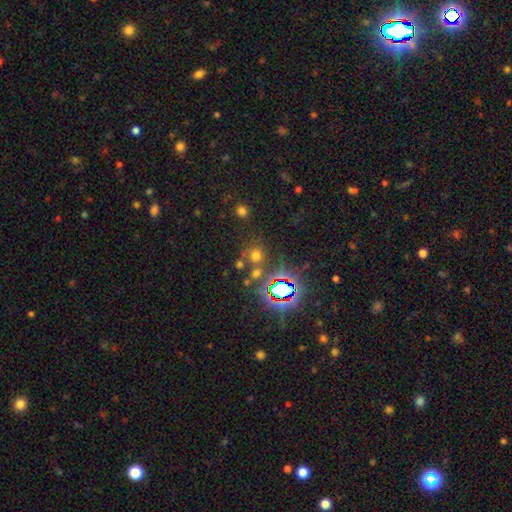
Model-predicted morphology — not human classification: Overall: smooth (54%; star or artifact 38%). How rounded: round (87%). Merging: none (68%).